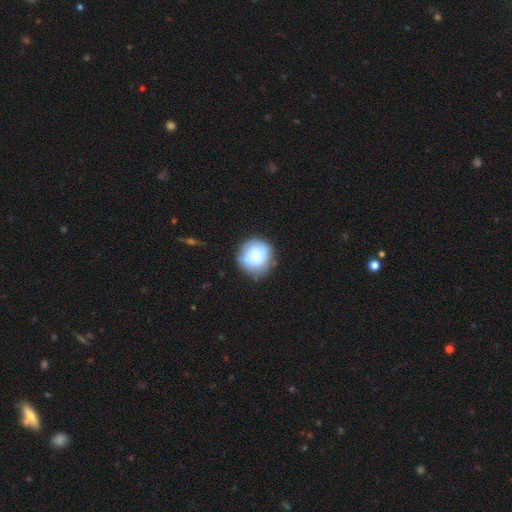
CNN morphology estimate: Smooth or featured? Predicted: smooth (p=0.77). How rounded? Predicted: round (p=0.87). Merging? Predicted: none (p=0.67).